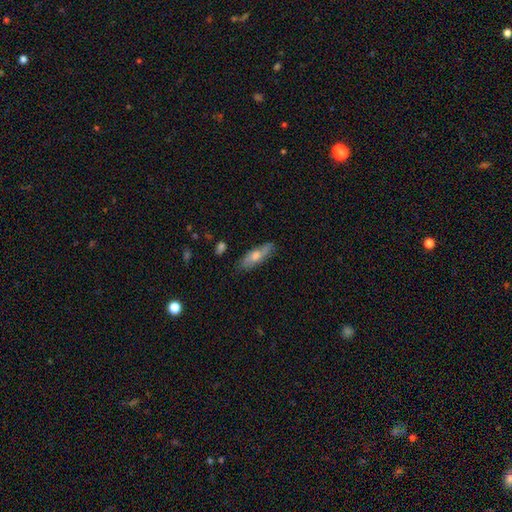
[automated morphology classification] smooth 50%, featured or disk 42%, star or artifact 8%. Down the decision tree: how rounded — cigar-shaped (50%); merging — none (79%).